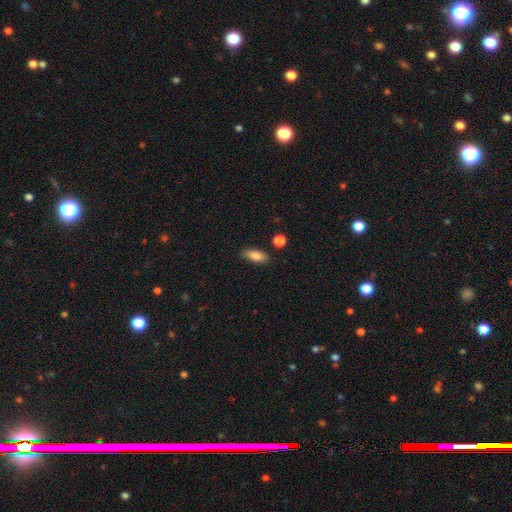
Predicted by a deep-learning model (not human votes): smooth_or_featured: smooth (p=0.83) [alt: featured or disk p=0.10]
how_rounded: in between (p=0.78) [alt: cigar-shaped p=0.19]
merging: none (p=0.83) [alt: minor disturbance p=0.12]